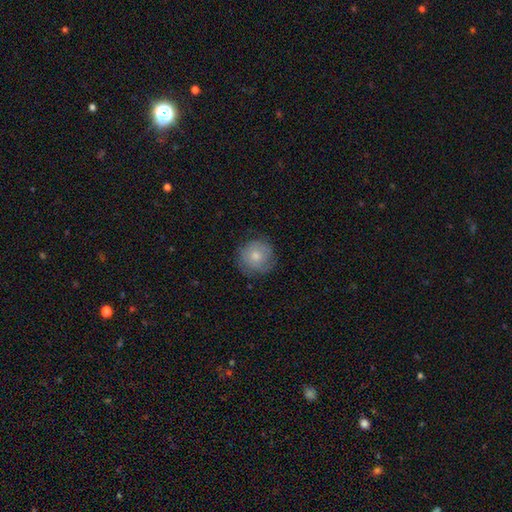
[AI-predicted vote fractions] A smooth galaxy with no disk features (67%) that is round (92%). Merging: none (74%).